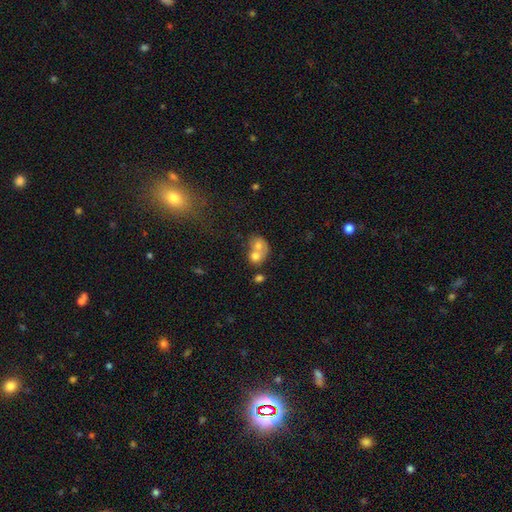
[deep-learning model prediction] Smooth or featured?
  - smooth: 67% *
  - featured or disk: 24%
  - star or artifact: 9%
How rounded?
  - round: 56% *
  - in between: 43%
  - cigar-shaped: 1%
Merging?
  - merger: 71% *
  - none: 19%
  - minor disturbance: 6%
  - major disturbance: 4%